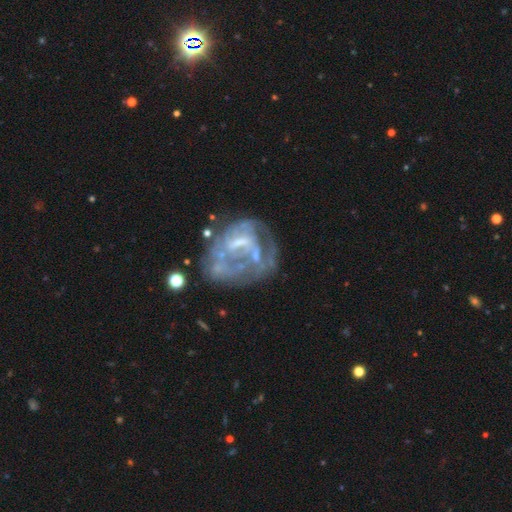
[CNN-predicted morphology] smooth-or-featured: featured or disk: 75% | smooth: 15% | star or artifact: 10%
  disk-edge-on: no: 98% | yes: 2%
    bar: weak: 42% | no: 40% | strong: 18%
    has-spiral-arms: yes: 52% | no: 48%
    bulge-size: none: 44% | small: 28% | moderate: 24% | large: 3% | dominant: 1%
  merging: none: 39% | major disturbance: 34% | minor disturbance: 20% | merger: 8%